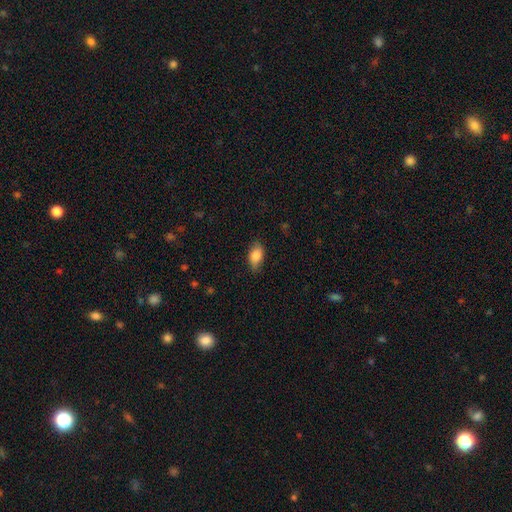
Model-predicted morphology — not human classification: A smooth galaxy with no disk features (84%) that is in between round and cigar-shaped (89%). Merging: none (78%).